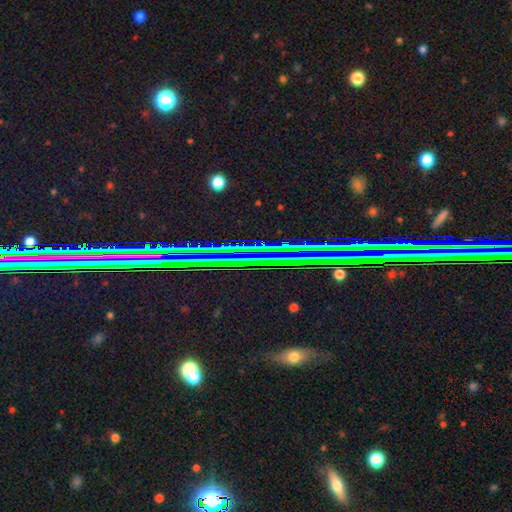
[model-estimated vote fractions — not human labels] star or artifact 76%, featured or disk 13%, smooth 11%.